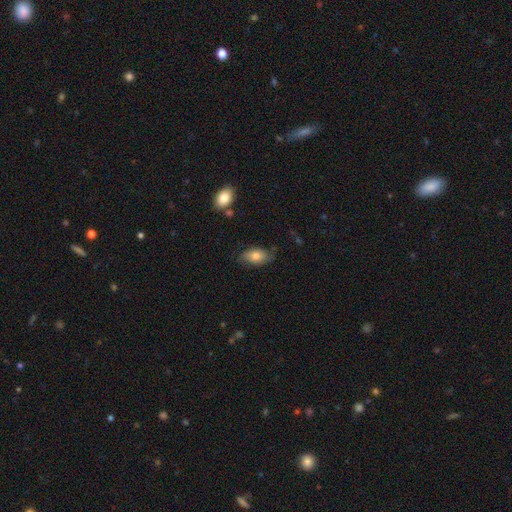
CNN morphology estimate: smooth-or-featured: smooth: 67% | featured or disk: 25% | star or artifact: 8%
  how-rounded: in between: 90% | round: 7% | cigar-shaped: 3%
  merging: none: 67% | minor disturbance: 24% | major disturbance: 7% | merger: 2%